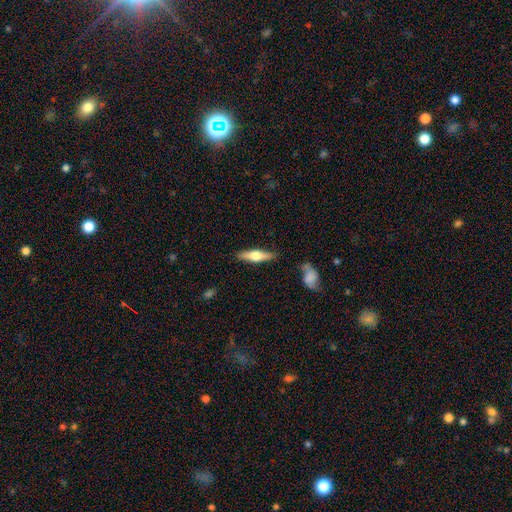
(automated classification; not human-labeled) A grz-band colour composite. It shows a featured or disk galaxy (54%) viewed edge-on (94%) with a rounded central bulge (93%). Merging: none (86%).